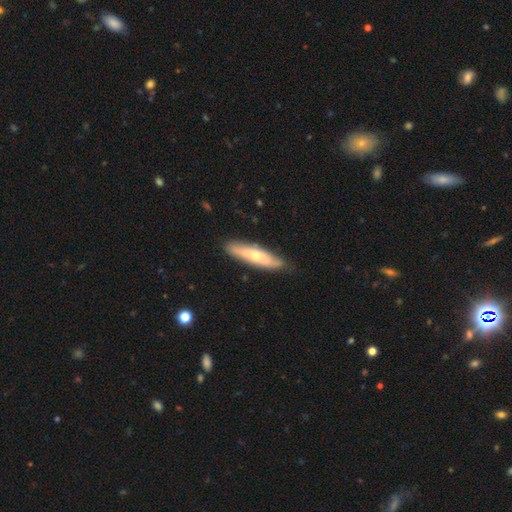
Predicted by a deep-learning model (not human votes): smooth 49%, featured or disk 46%, star or artifact 5%. Down the decision tree: merging — none (79%).